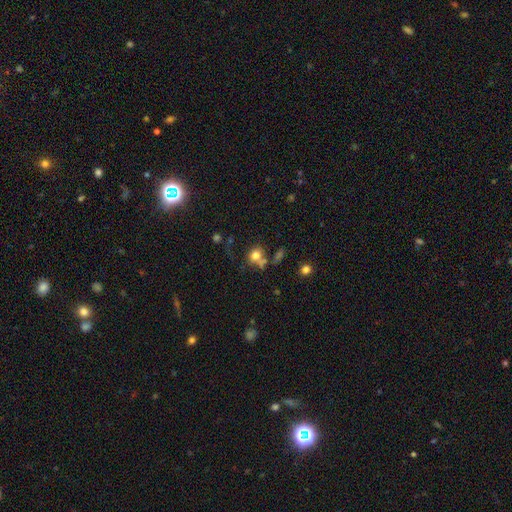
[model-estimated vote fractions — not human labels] Overall: smooth (75%). How rounded: round (69%; in between 29%). Merging: none (49%; merger 23%).